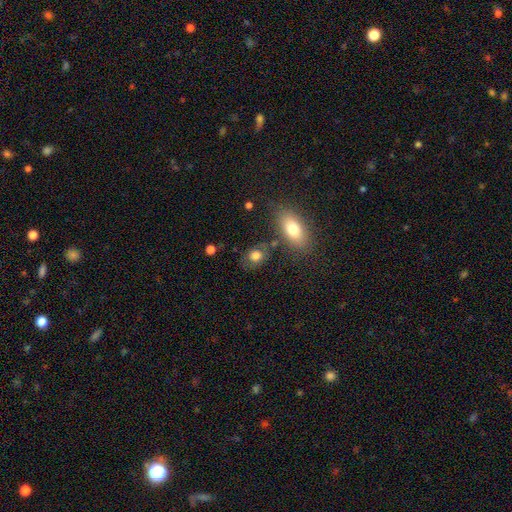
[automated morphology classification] Smooth or featured? smooth (76%)
How rounded? in between (64%)
Merging? none (70%)